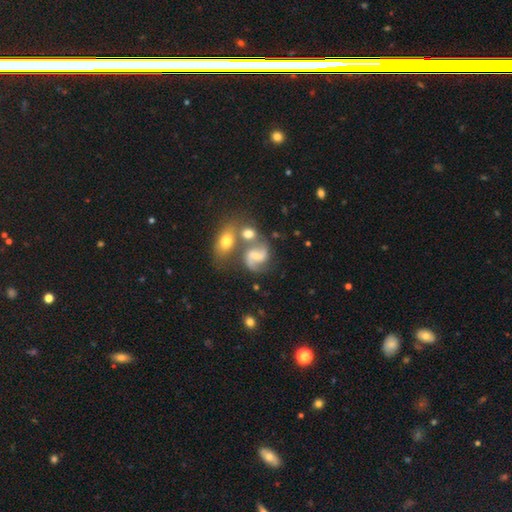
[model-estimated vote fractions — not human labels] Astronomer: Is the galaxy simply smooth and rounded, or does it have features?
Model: featured or disk — 78%.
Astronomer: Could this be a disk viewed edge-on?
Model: no — 98%.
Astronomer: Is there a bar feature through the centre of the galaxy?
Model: weak — 48% (runner-up: no, 34%).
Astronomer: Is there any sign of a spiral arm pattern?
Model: yes — 95%.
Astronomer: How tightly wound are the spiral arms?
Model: medium — 52% (runner-up: loose, 37%).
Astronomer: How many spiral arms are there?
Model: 2 — 91%.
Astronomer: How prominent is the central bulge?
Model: small — 45% (runner-up: moderate, 42%).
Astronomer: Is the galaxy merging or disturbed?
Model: none — 49% (runner-up: merger, 28%).